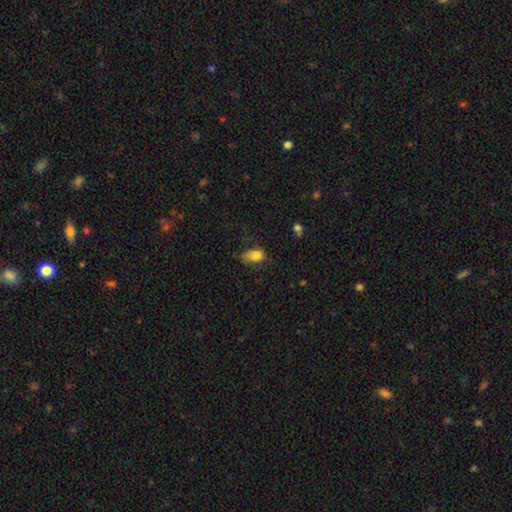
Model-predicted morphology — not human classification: type=smooth (78%); roundness=in between (81%); merging=none (43%).